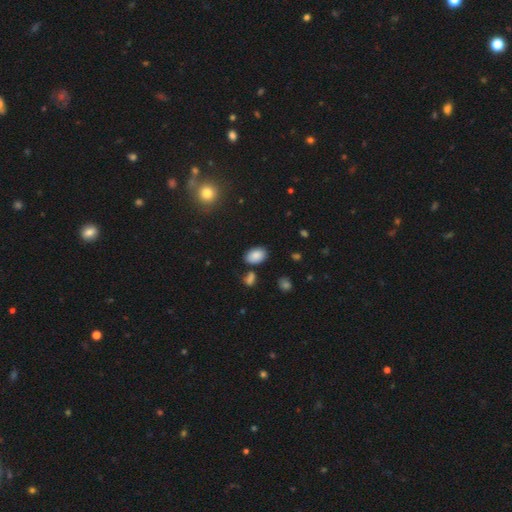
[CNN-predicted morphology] smooth_or_featured: smooth (p=0.86) [alt: star or artifact p=0.09]
how_rounded: in between (p=0.87) [alt: round p=0.12]
merging: none (p=0.80) [alt: minor disturbance p=0.11]